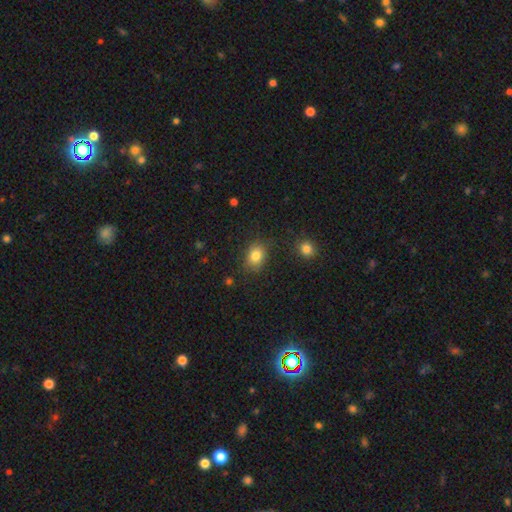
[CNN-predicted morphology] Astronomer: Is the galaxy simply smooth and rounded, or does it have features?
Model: smooth — 82%.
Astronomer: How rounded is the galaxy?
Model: in between — 61% (runner-up: round, 38%).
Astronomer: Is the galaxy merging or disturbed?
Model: none — 81%.